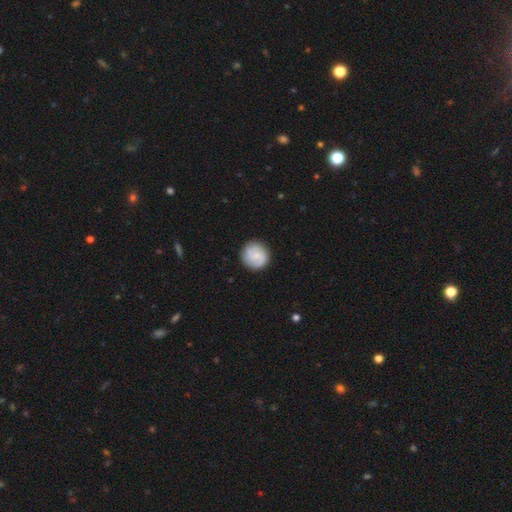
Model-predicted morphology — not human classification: A smooth galaxy with no disk features (57%) that is round (93%). Merging: none (87%).